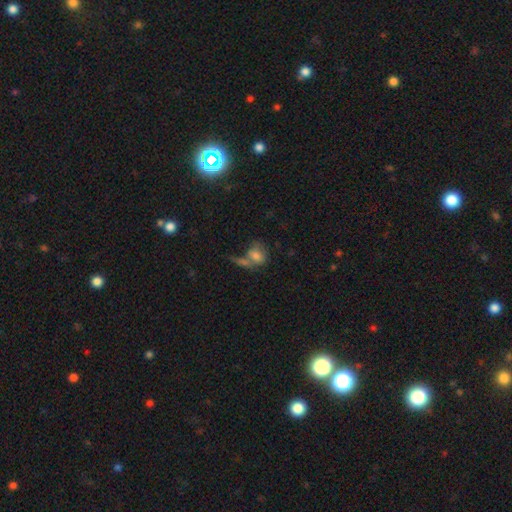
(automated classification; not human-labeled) Smooth or featured? smooth (68%)
How rounded? in between (63%)
Merging? merger (40%)